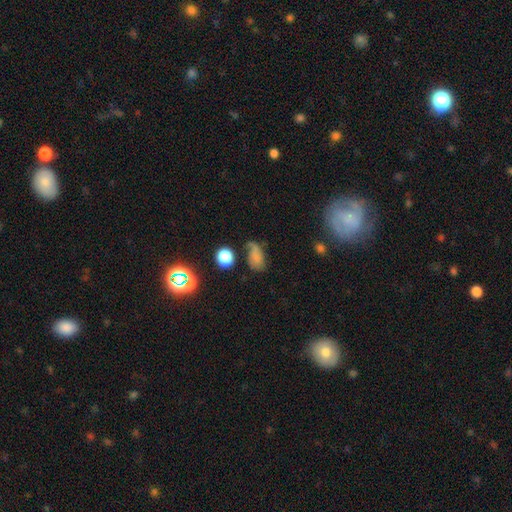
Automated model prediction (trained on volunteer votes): smooth 63%, featured or disk 20%, star or artifact 17%. Down the decision tree: how rounded — in between (82%); merging — none (41%).